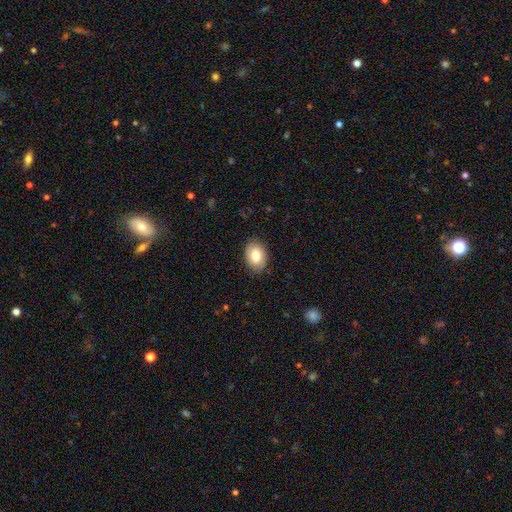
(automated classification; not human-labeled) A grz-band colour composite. It shows a smooth galaxy with no disk features (80%) that is in between round and cigar-shaped (79%). Merging: none (86%).